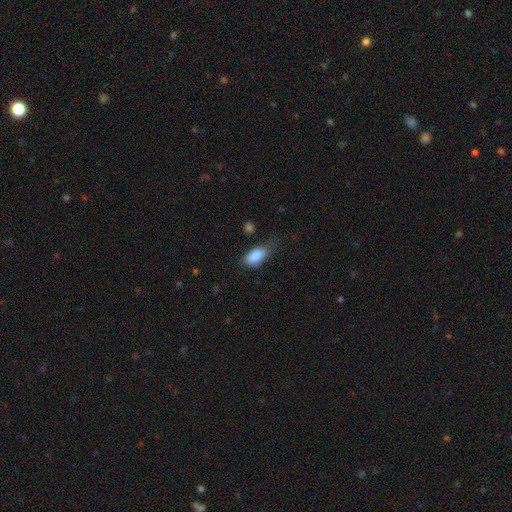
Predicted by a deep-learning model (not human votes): This appears to be a smooth galaxy with no disk features (85%) that is in between round and cigar-shaped (89%). Merging: none (51%).